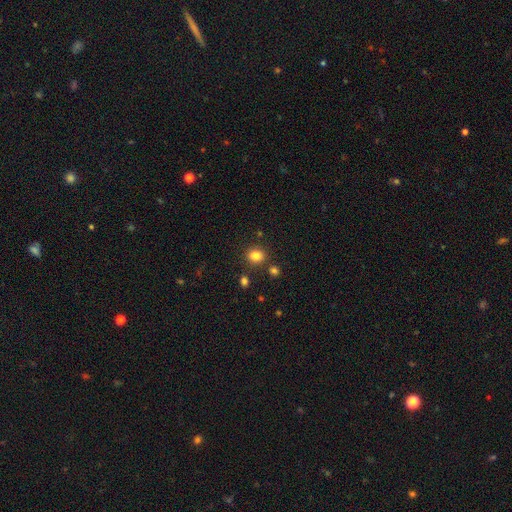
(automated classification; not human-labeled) This appears to be a smooth galaxy with no disk features (82%) that is round (74%). Merging: none (84%).